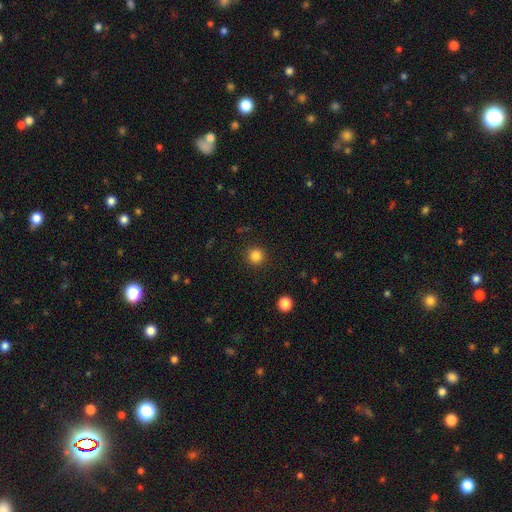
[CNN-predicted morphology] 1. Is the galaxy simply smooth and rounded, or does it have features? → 84% smooth, 12% star or artifact, 4% featured or disk.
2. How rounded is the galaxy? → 95% round, 4% in between, 1% cigar-shaped.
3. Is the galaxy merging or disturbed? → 91% none, 5% minor disturbance, 2% major disturbance, 1% merger.